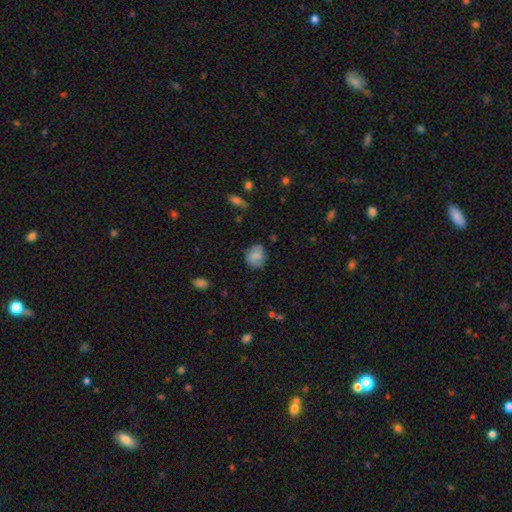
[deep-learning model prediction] smooth-or-featured: smooth: 78% | featured or disk: 14% | star or artifact: 8%
  how-rounded: round: 69% | in between: 30% | cigar-shaped: 1%
  merging: none: 73% | minor disturbance: 20% | major disturbance: 5% | merger: 2%